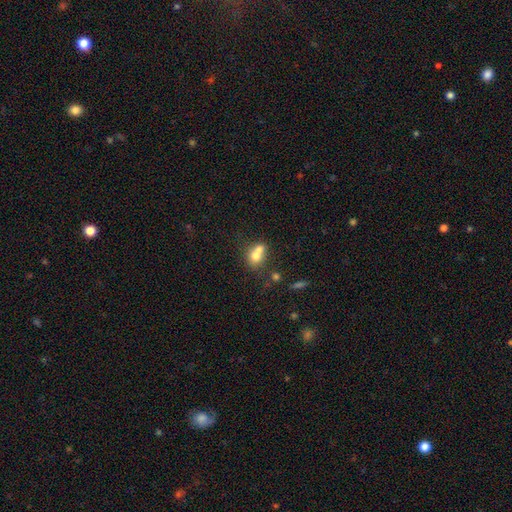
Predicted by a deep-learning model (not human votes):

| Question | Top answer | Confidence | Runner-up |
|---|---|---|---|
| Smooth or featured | smooth | 70% | featured or disk (19%) |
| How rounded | round | 57% | in between (42%) |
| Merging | merger | 64% | none (25%) |